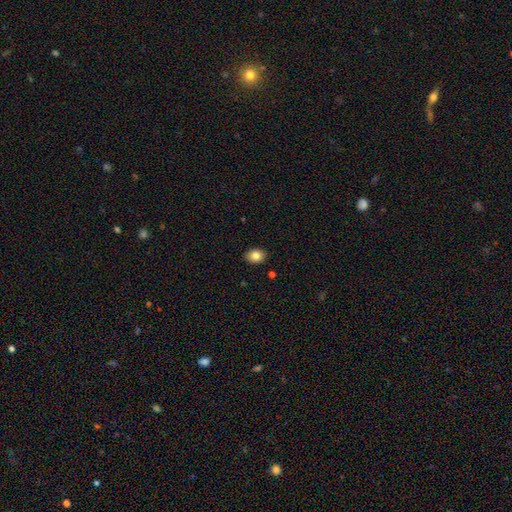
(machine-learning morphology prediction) Smooth or featured: smooth — 84% (star or artifact — 9%)
How rounded: in between — 60% (round — 39%)
Merging: none — 89% (minor disturbance — 8%)